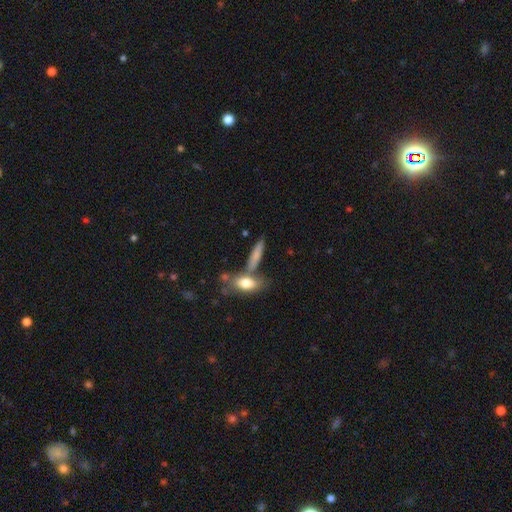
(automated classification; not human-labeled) This is likely a smooth galaxy (73%). How rounded: likely cigar-shaped (69%). Merging: possibly none (60%).